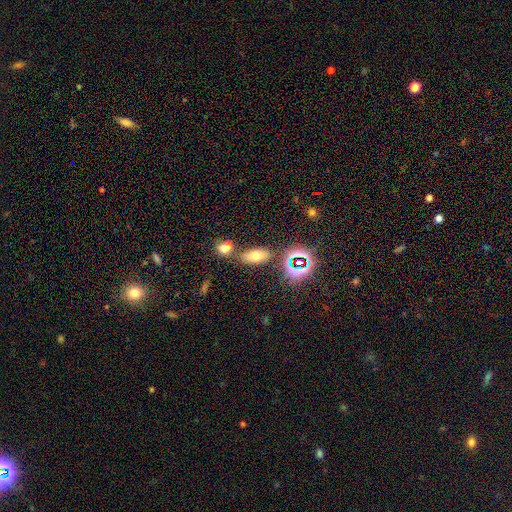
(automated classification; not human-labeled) Q: Smooth or featured?
A: smooth (61%); runner-up: star or artifact (23%)
Q: How rounded?
A: in between (82%); runner-up: cigar-shaped (10%)
Q: Merging?
A: none (71%); runner-up: merger (14%)